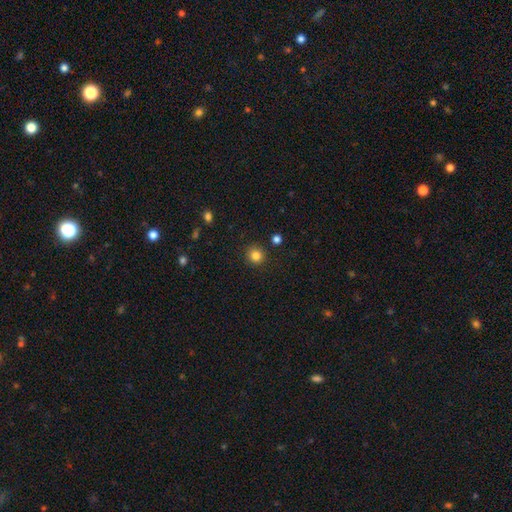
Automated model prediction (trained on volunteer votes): Smooth or featured? smooth (83%)
How rounded? round (90%)
Merging? none (89%)